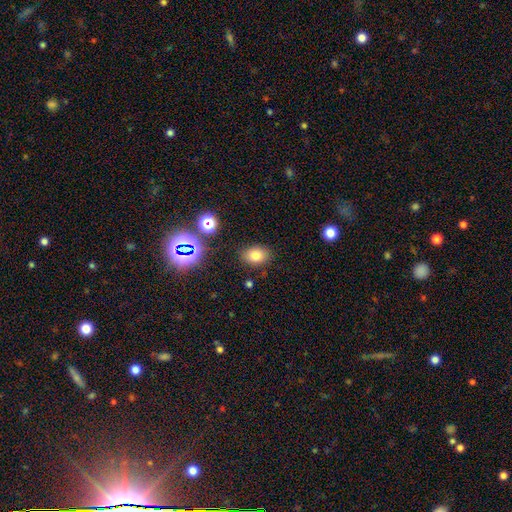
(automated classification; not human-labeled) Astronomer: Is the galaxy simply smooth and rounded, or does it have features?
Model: smooth — 76%.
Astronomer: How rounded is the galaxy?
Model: in between — 72%.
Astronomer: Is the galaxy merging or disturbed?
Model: none — 84%.